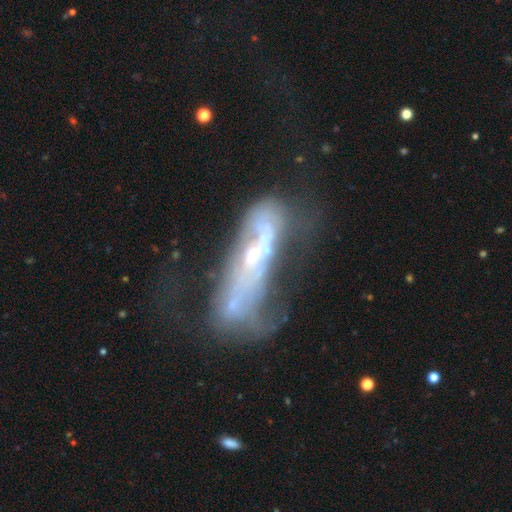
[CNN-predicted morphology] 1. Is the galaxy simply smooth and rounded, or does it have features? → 65% featured or disk, 24% smooth, 11% star or artifact.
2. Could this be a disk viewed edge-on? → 76% no, 24% yes.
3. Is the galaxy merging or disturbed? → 35% major disturbance, 31% merger, 20% none, 14% minor disturbance.